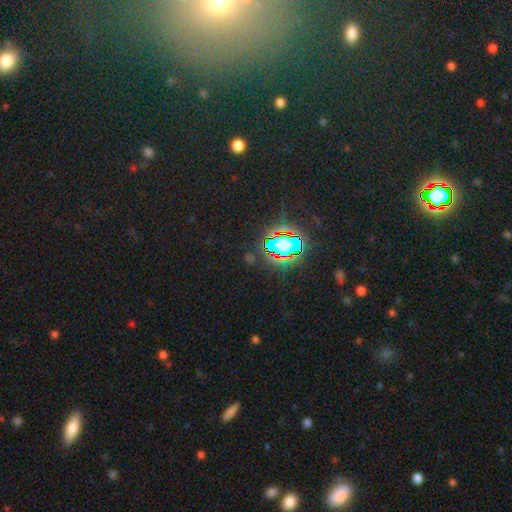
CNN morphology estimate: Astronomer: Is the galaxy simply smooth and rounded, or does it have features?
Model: star or artifact — 82%.